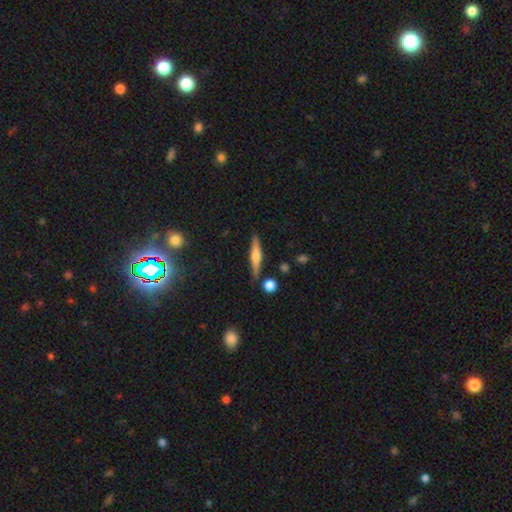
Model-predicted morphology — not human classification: A featured or disk galaxy (56%) viewed edge-on (96%) with a rounded central bulge (81%).

Vote fractions:
- Smooth or featured? featured or disk: 56% / smooth: 37% / star or artifact: 7%
- Edge-on disk? yes: 96% / no: 4%
- Edge-on bulge? rounded: 81% / boxy: 11% / none: 8%
- Merging? none: 83% / minor disturbance: 10% / merger: 4% / major disturbance: 2%